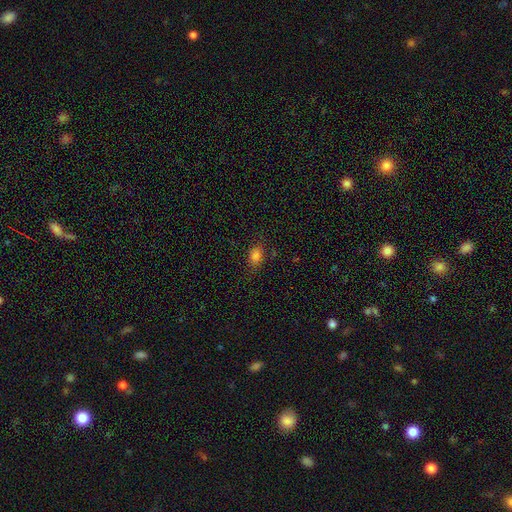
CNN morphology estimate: Q: Smooth or featured?
A: smooth (80%); runner-up: star or artifact (14%)
Q: How rounded?
A: in between (67%); runner-up: round (31%)
Q: Merging?
A: none (77%); runner-up: minor disturbance (16%)